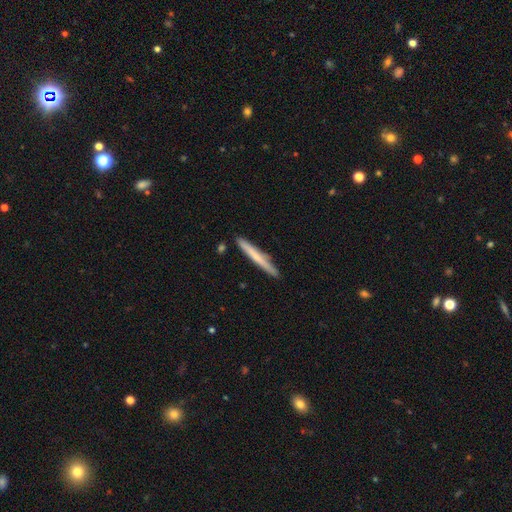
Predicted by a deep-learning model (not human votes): This is possibly a smooth galaxy (57%). How rounded: clearly cigar-shaped (96%). Merging: clearly none (89%).